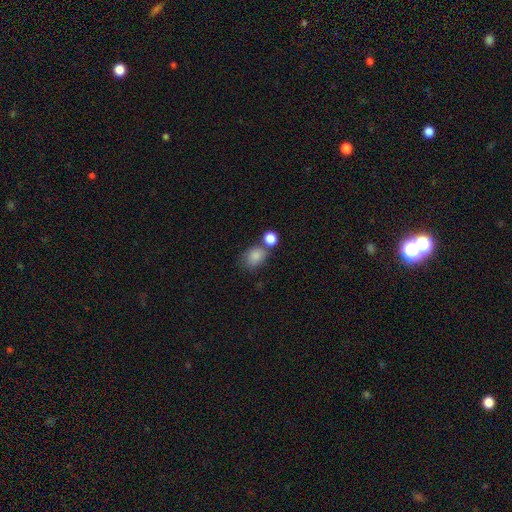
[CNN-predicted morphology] Smooth or featured: smooth — 84% (star or artifact — 10%)
How rounded: in between — 57% (round — 42%)
Merging: none — 56% (merger — 22%)